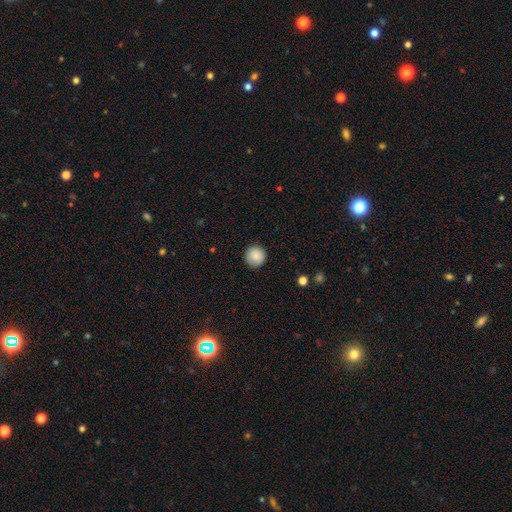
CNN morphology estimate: Smooth or featured? smooth (86%)
How rounded? round (95%)
Merging? none (90%)